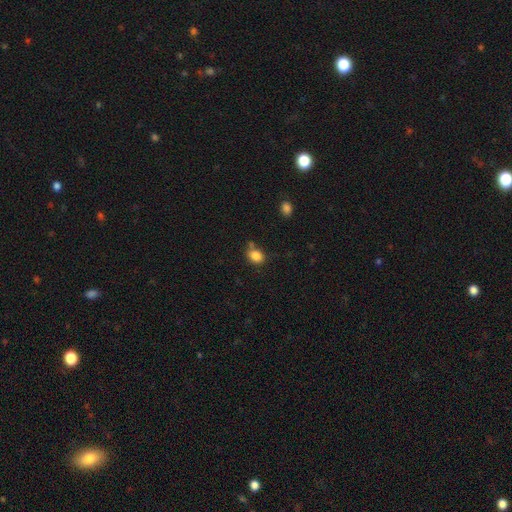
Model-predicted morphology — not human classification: Smooth or featured? smooth (85%)
How rounded? in between (51%)
Merging? none (62%)